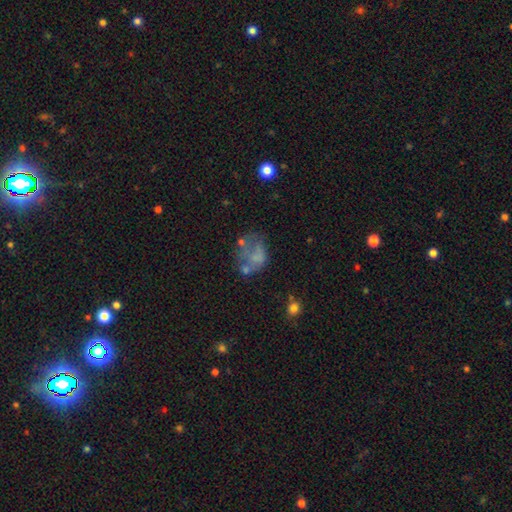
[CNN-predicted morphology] smooth_or_featured: smooth (p=0.45) [alt: featured or disk p=0.41]
merging: major disturbance (p=0.33) [alt: none p=0.31]